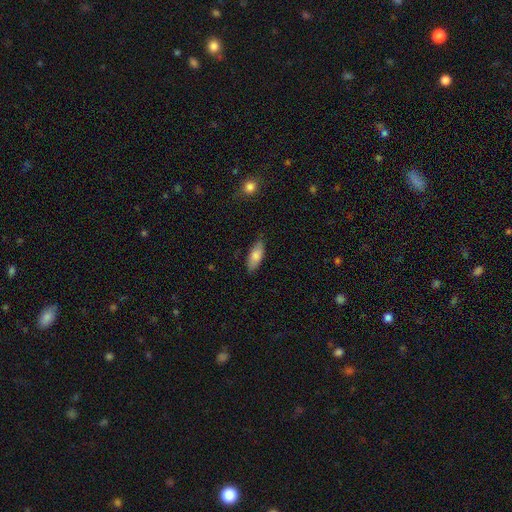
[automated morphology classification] type=smooth (80%); roundness=in between (75%); merging=none (82%).